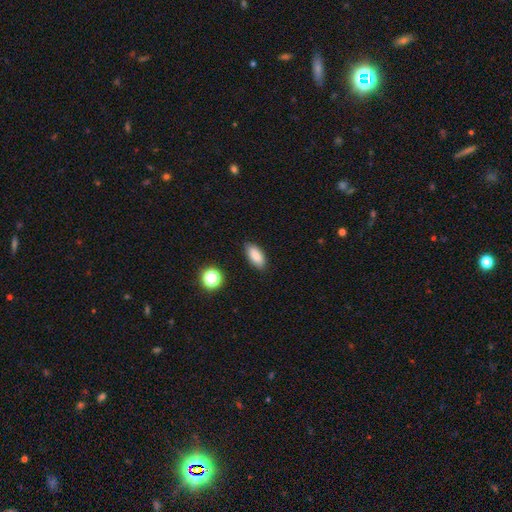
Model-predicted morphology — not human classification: Smooth or featured? smooth (85%)
How rounded? in between (85%)
Merging? none (86%)